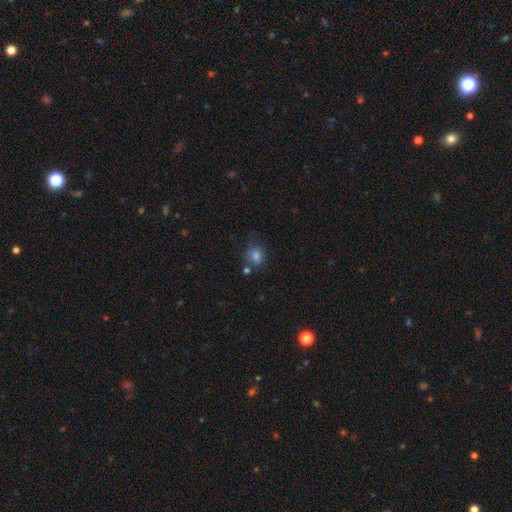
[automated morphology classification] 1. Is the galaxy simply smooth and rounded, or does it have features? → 74% smooth, 16% star or artifact, 10% featured or disk.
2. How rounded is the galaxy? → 70% round, 29% in between, 1% cigar-shaped.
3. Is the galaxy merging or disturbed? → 64% none, 19% minor disturbance, 10% merger, 7% major disturbance.